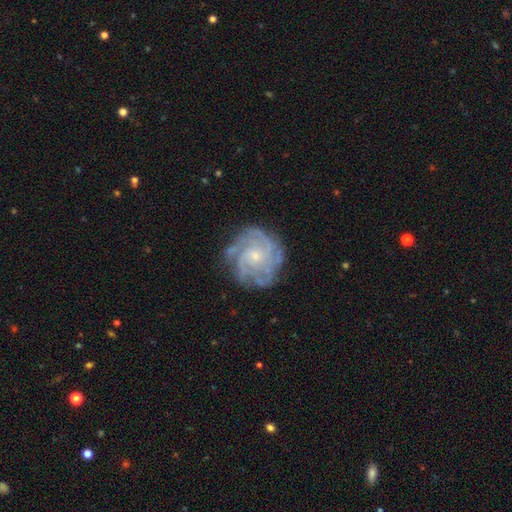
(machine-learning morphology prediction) Smooth or featured?
  - featured or disk: 86% *
  - smooth: 8%
  - star or artifact: 6%
Edge-on disk?
  - no: 98% *
  - yes: 2%
Bar?
  - no: 72% *
  - weak: 24%
  - strong: 4%
Spiral arms?
  - yes: 96% *
  - no: 4%
Spiral winding?
  - tight: 68% *
  - medium: 27%
  - loose: 5%
Spiral arm count?
  - can't tell: 26% *
  - 4: 25%
  - 3: 23%
  - 2: 12%
  - more than 4: 8%
  - 1: 6%
Bulge size?
  - small: 70% *
  - moderate: 25%
  - none: 3%
  - large: 1%
  - dominant: 1%
Merging?
  - none: 74% *
  - minor disturbance: 18%
  - major disturbance: 7%
  - merger: 2%